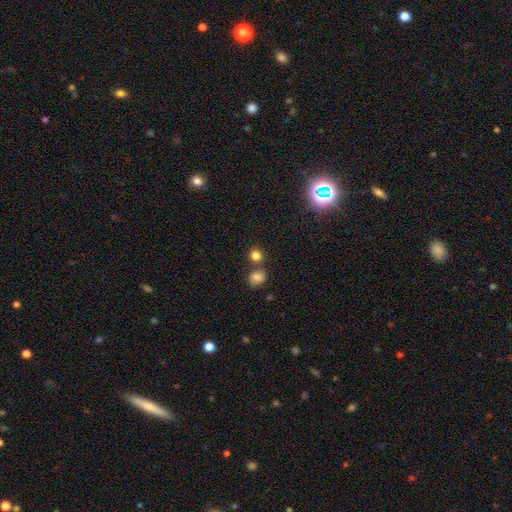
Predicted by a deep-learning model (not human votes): A smooth galaxy with no disk features (81%) that is round (79%).

Vote fractions:
- Smooth or featured? smooth: 81% / star or artifact: 13% / featured or disk: 6%
- How rounded? round: 79% / in between: 20% / cigar-shaped: 1%
- Merging? none: 67% / merger: 21% / minor disturbance: 9% / major disturbance: 3%